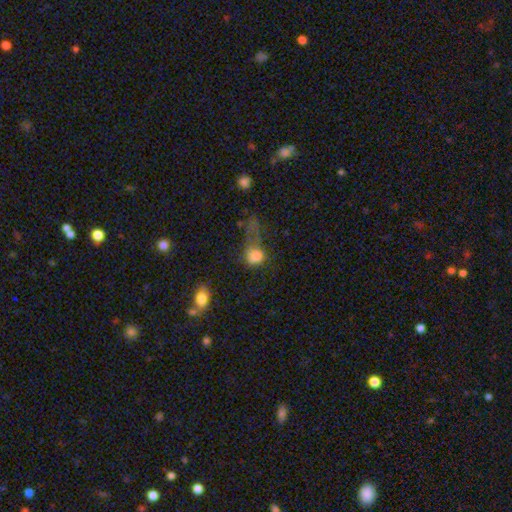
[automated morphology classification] A smooth galaxy with no disk features (78%) that is round (62%).

Vote fractions:
- Smooth or featured? smooth: 78% / star or artifact: 12% / featured or disk: 11%
- How rounded? round: 62% / in between: 35% / cigar-shaped: 2%
- Merging? major disturbance: 46% / none: 24% / minor disturbance: 19% / merger: 11%